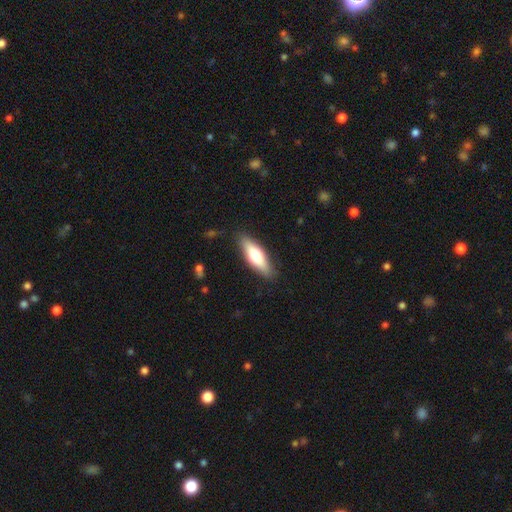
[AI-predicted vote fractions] Overall: smooth (60%; featured or disk 34%). How rounded: in between (50%; cigar-shaped 48%). Merging: none (86%).